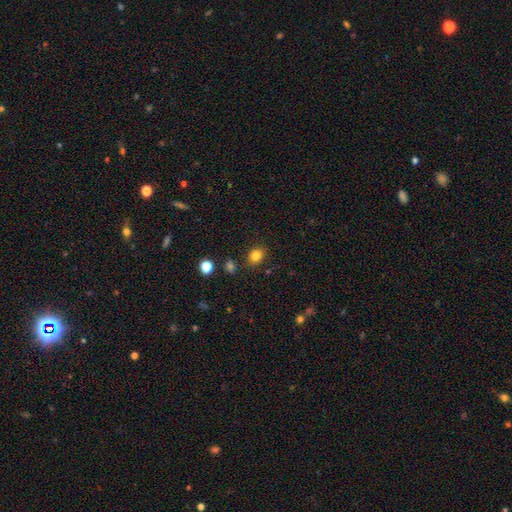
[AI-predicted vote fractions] A smooth galaxy with no disk features (82%) that is round (54%).

Vote fractions:
- Smooth or featured? smooth: 82% / star or artifact: 12% / featured or disk: 6%
- How rounded? round: 54% / in between: 46% / cigar-shaped: 1%
- Merging? none: 84% / minor disturbance: 10% / merger: 3% / major disturbance: 3%